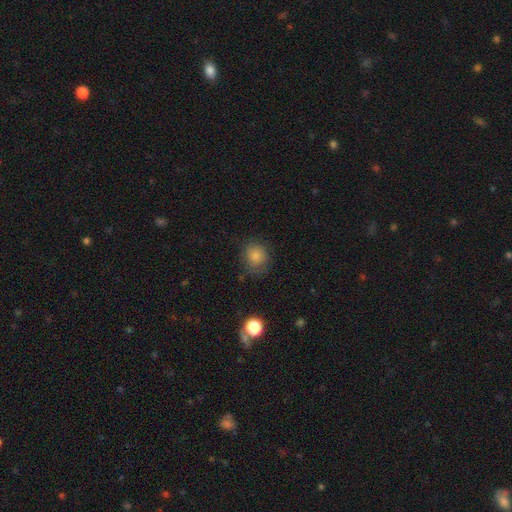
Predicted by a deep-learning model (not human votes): Q: Smooth or featured?
A: smooth (82%); runner-up: star or artifact (11%)
Q: How rounded?
A: round (80%); runner-up: in between (19%)
Q: Merging?
A: none (78%); runner-up: minor disturbance (16%)